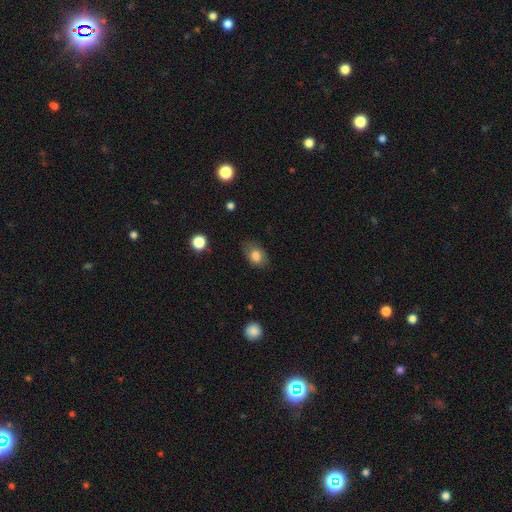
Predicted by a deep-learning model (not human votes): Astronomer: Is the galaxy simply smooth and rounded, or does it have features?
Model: smooth — 79%.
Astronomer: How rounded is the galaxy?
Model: in between — 78%.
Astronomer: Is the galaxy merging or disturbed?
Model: none — 71%.